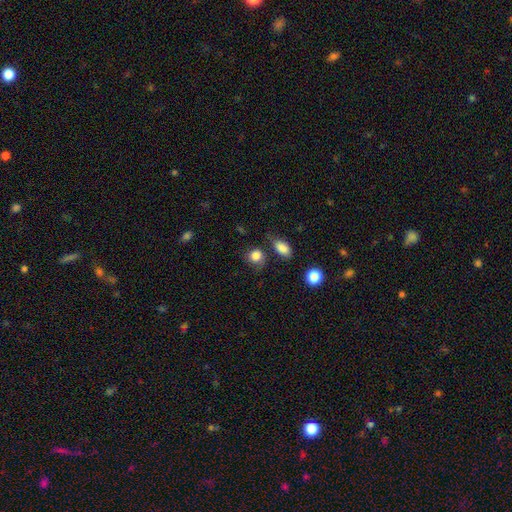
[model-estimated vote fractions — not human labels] smooth_or_featured: smooth (p=0.84) [alt: star or artifact p=0.08]
how_rounded: round (p=0.73) [alt: in between p=0.26]
merging: none (p=0.60) [alt: minor disturbance p=0.24]